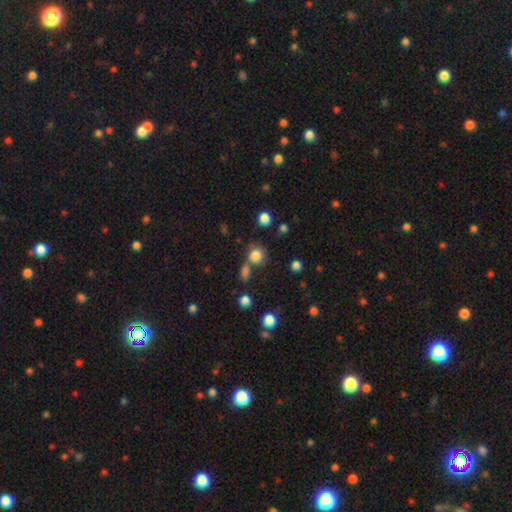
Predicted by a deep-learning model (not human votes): A smooth galaxy with no disk features (82%) that is round (83%).

Vote fractions:
- Smooth or featured? smooth: 82% / star or artifact: 12% / featured or disk: 6%
- How rounded? round: 83% / in between: 16% / cigar-shaped: 1%
- Merging? none: 61% / merger: 20% / minor disturbance: 13% / major disturbance: 6%